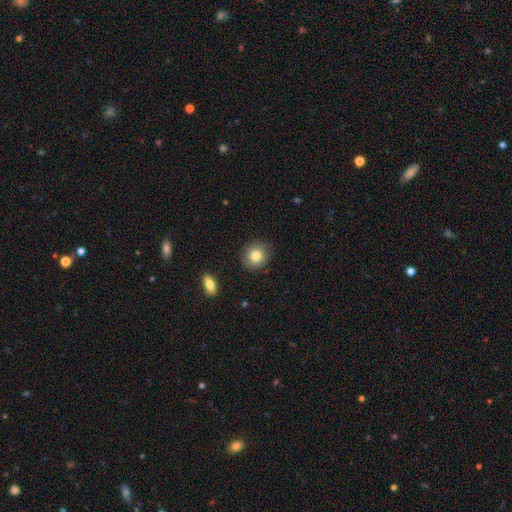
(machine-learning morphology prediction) Smooth or featured?
  - smooth: 80% *
  - featured or disk: 11%
  - star or artifact: 9%
How rounded?
  - round: 82% *
  - in between: 17%
  - cigar-shaped: 1%
Merging?
  - none: 87% *
  - minor disturbance: 10%
  - major disturbance: 2%
  - merger: 1%